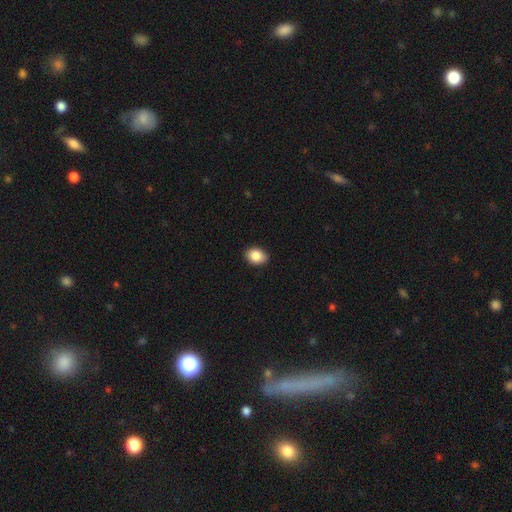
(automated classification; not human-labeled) smooth 87%, star or artifact 8%, featured or disk 5%. Down the decision tree: how rounded — in between (73%); merging — none (88%).